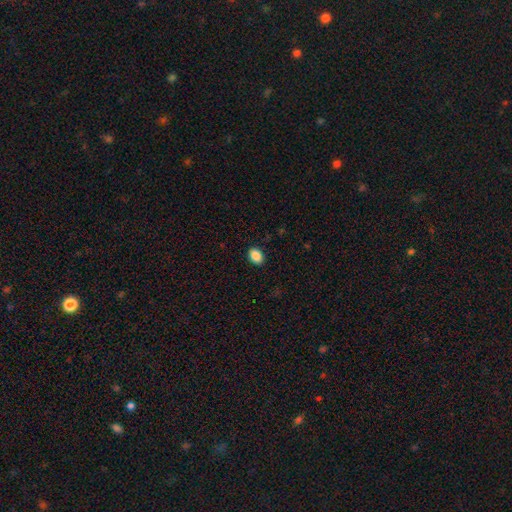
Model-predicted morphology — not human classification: smooth-or-featured: smooth: 89% | star or artifact: 8% | featured or disk: 3%
  how-rounded: in between: 77% | round: 22% | cigar-shaped: 1%
  merging: none: 90% | minor disturbance: 7% | major disturbance: 2% | merger: 1%